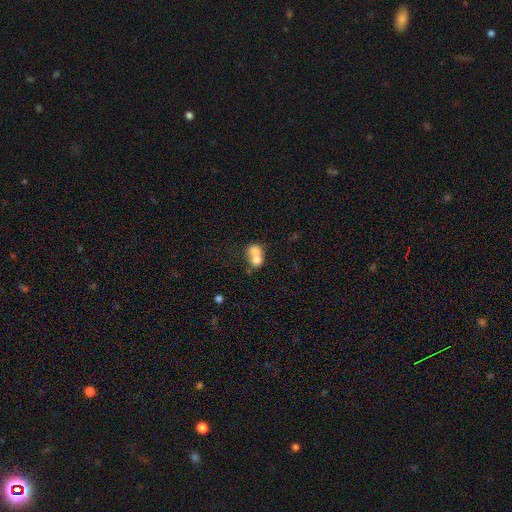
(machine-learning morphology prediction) Q: Smooth or featured?
A: smooth (70%); runner-up: featured or disk (21%)
Q: How rounded?
A: round (56%); runner-up: in between (43%)
Q: Merging?
A: merger (73%); runner-up: none (18%)